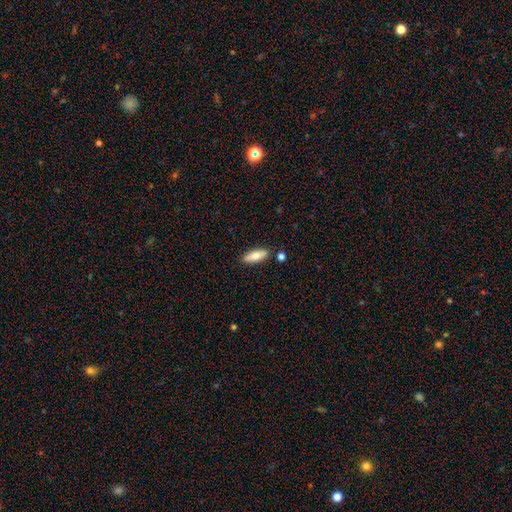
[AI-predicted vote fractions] Smooth or featured? smooth (76%)
How rounded? in between (59%)
Merging? none (84%)